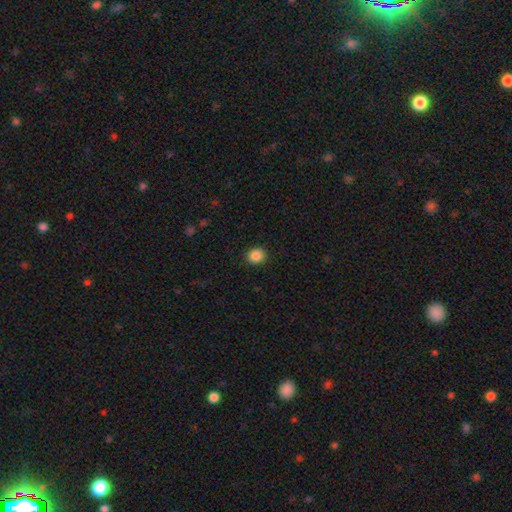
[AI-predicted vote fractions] smooth-or-featured: smooth: 87% | star or artifact: 10% | featured or disk: 3%
  how-rounded: round: 84% | in between: 15% | cigar-shaped: 1%
  merging: none: 92% | minor disturbance: 6% | major disturbance: 2% | merger: 1%